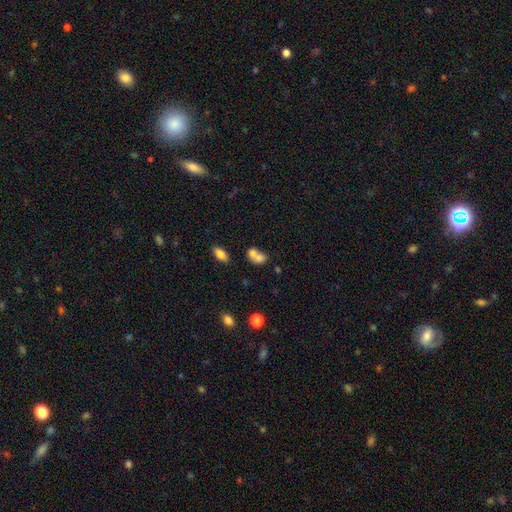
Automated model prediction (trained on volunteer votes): Morphology: type=smooth (74%); roundness=in between (63%); merging=merger (62%).